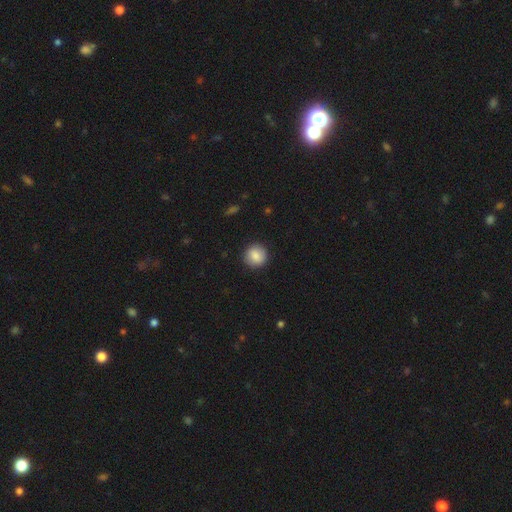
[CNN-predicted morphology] This appears to be a smooth galaxy with no disk features (86%) that is round (93%). Merging: none (91%).